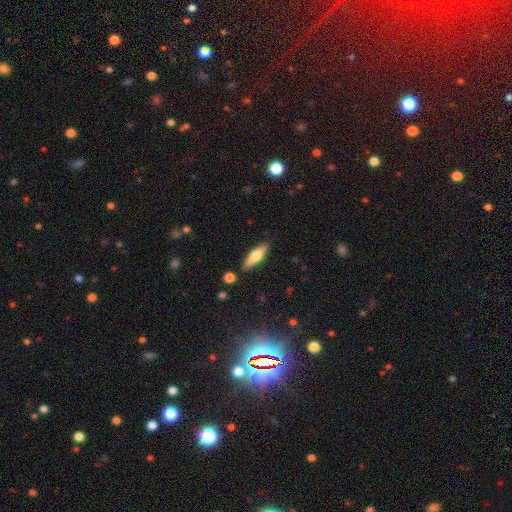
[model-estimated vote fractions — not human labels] smooth_or_featured: smooth (p=0.57) [alt: featured or disk p=0.37]
how_rounded: cigar-shaped (p=0.55) [alt: in between p=0.43]
merging: none (p=0.86) [alt: minor disturbance p=0.09]